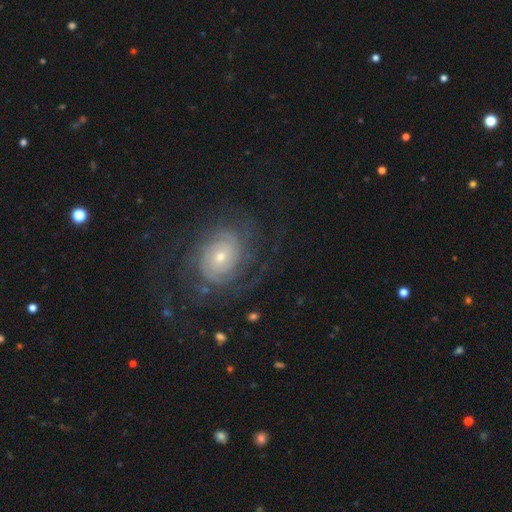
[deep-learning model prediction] Morphology: type=featured or disk (49%); merging=none (75%).